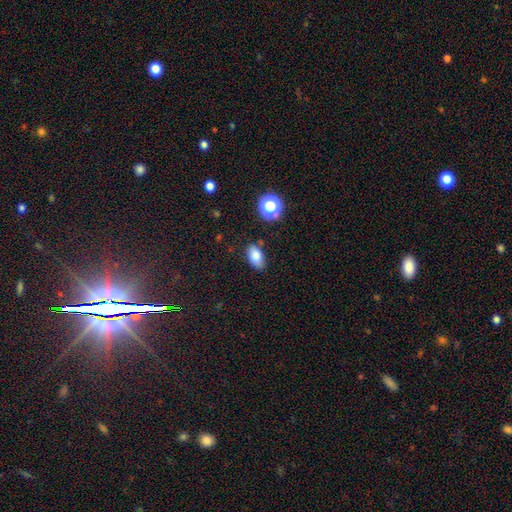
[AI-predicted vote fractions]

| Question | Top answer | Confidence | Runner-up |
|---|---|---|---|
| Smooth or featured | smooth | 82% | star or artifact (11%) |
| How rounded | in between | 90% | round (8%) |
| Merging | none | 77% | minor disturbance (16%) |